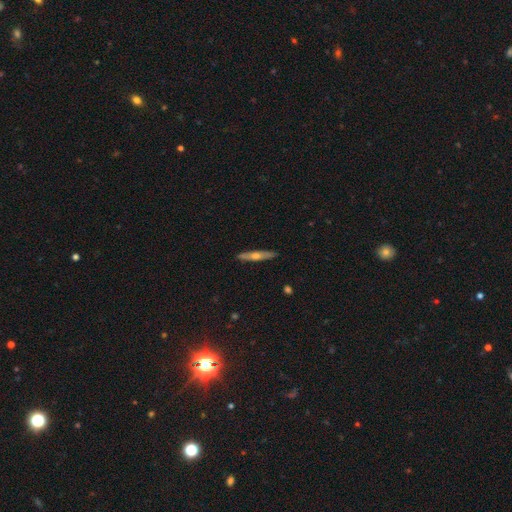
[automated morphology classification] A featured or disk galaxy (59%) viewed edge-on (93%) with a rounded central bulge (86%). Merging: none (90%).